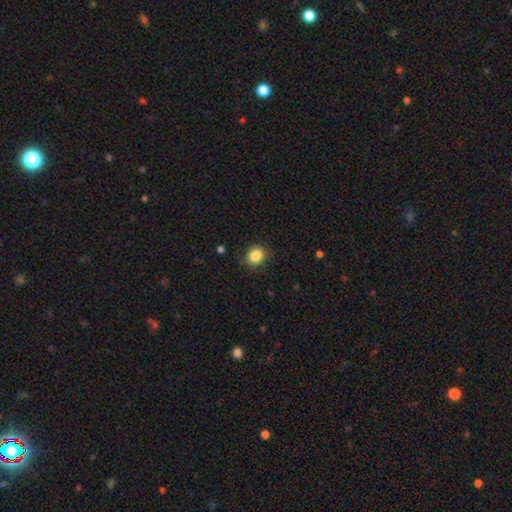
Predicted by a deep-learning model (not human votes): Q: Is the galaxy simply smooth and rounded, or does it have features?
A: smooth — 86%.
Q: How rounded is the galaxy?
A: round — 76%.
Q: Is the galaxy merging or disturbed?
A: none — 86%.